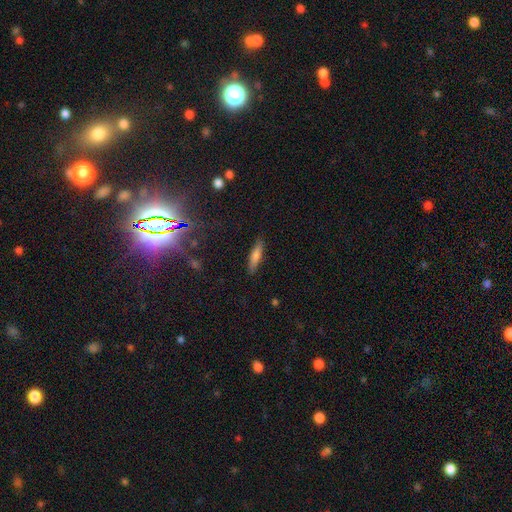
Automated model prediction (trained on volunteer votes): The model was most divided on "smooth or featured": smooth: 72%, featured or disk: 20%, star or artifact: 8%. More confident: merging — none (87%); how rounded — cigar-shaped (75%).